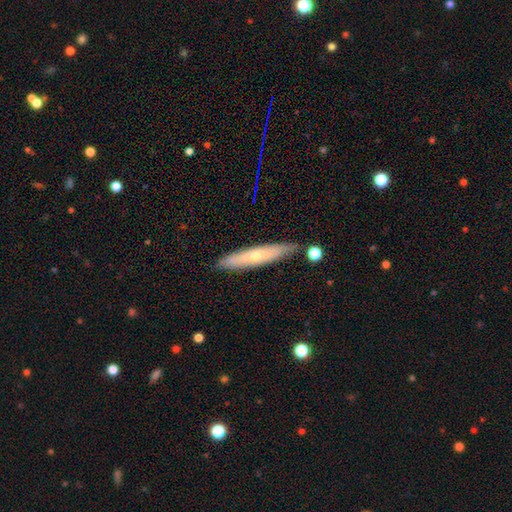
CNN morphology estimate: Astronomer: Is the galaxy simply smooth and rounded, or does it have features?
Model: smooth — 47%, tied with featured or disk at 47%.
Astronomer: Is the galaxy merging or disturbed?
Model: none — 81%.